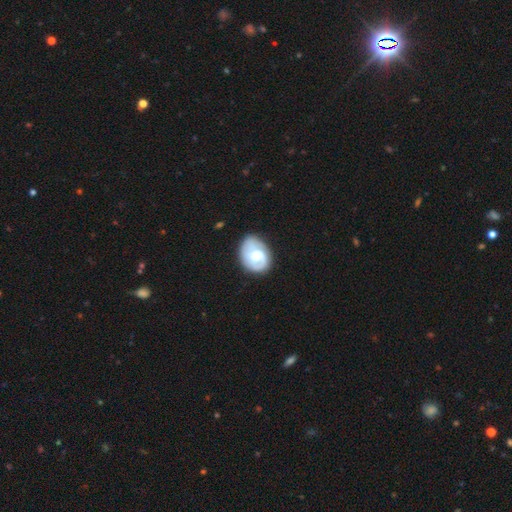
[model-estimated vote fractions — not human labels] Overall: featured or disk (60%; smooth 34%). Edge-on disk: no (97%). Bar: no (65%; weak 30%). Spiral arms: yes (83%). Bulge size: moderate (45%; large 30%). Merging: none (66%).